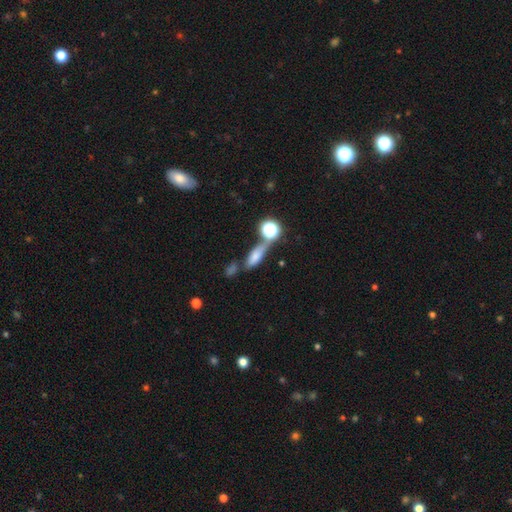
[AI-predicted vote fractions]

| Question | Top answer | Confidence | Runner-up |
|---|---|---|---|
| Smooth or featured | smooth | 64% | featured or disk (20%) |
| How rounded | in between | 51% | cigar-shaped (38%) |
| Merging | none | 48% | merger (27%) |